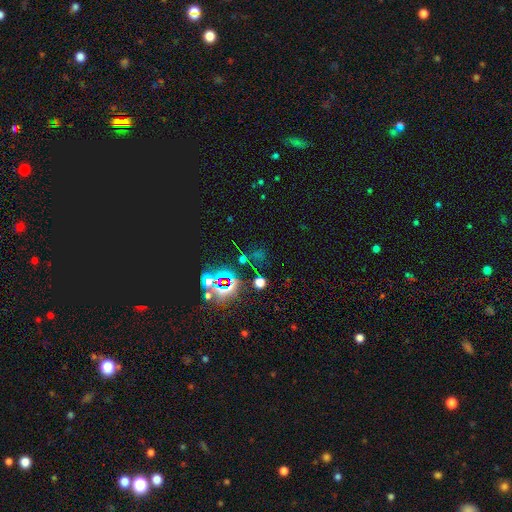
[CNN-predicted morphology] This appears to be a star or artifact, not a galaxy (76%).